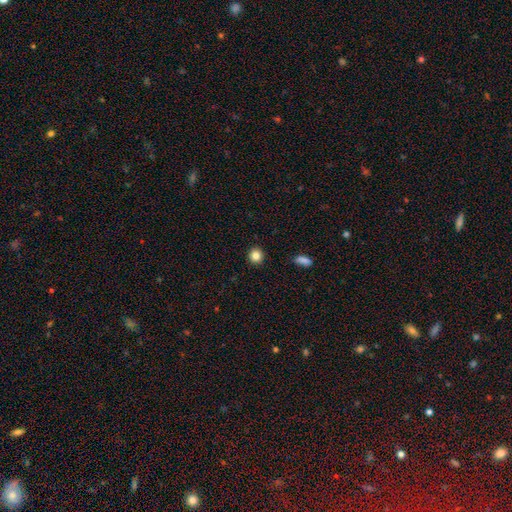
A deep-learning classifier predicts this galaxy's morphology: A smooth galaxy with no disk features (83%) that is round (92%).

Vote fractions:
- Smooth or featured? smooth: 83% / star or artifact: 11% / featured or disk: 6%
- How rounded? round: 92% / in between: 7% / cigar-shaped: 1%
- Merging? none: 92% / minor disturbance: 5% / major disturbance: 2% / merger: 1%